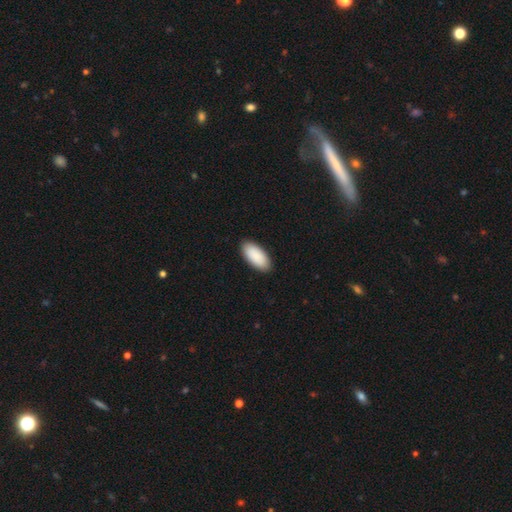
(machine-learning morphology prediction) Smooth or featured?
  - smooth: 91% *
  - star or artifact: 5%
  - featured or disk: 4%
How rounded?
  - in between: 92% *
  - cigar-shaped: 7%
  - round: 1%
Merging?
  - none: 89% *
  - minor disturbance: 8%
  - major disturbance: 2%
  - merger: 1%